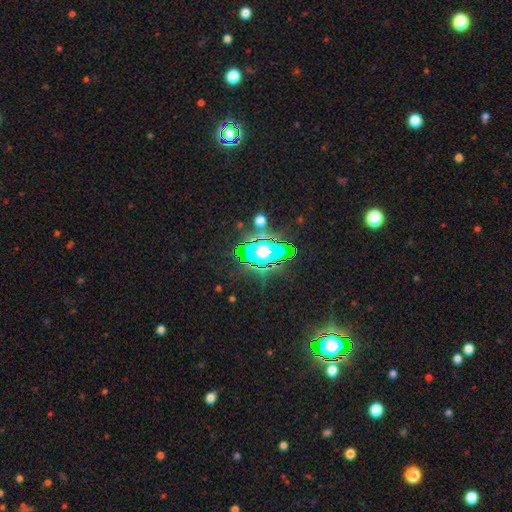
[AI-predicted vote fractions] This is possibly a star or artifact rather than a galaxy (52%).